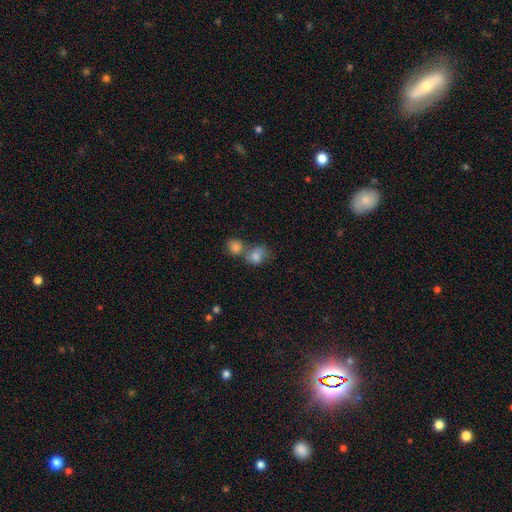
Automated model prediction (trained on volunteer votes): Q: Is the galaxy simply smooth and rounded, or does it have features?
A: smooth — 79%.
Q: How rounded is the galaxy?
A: round — 61%.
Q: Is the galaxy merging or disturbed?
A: merger — 53%.